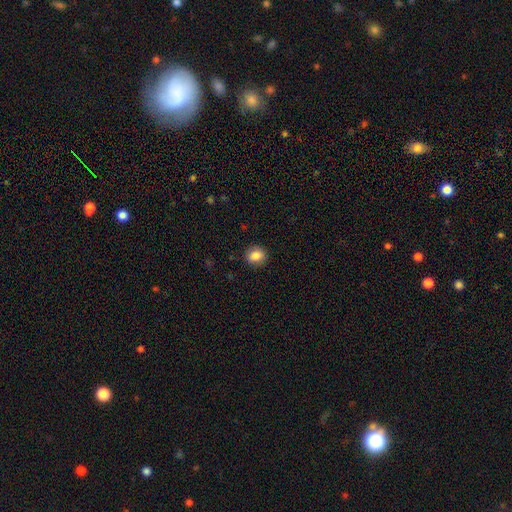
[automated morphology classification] A smooth galaxy with no disk features (86%) that is round (63%). Merging: none (88%).